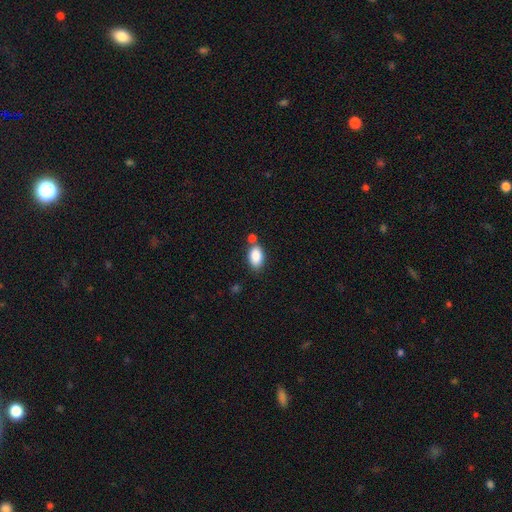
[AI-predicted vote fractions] This is clearly a smooth galaxy (86%). How rounded: clearly in between (92%). Merging: likely none (64%).